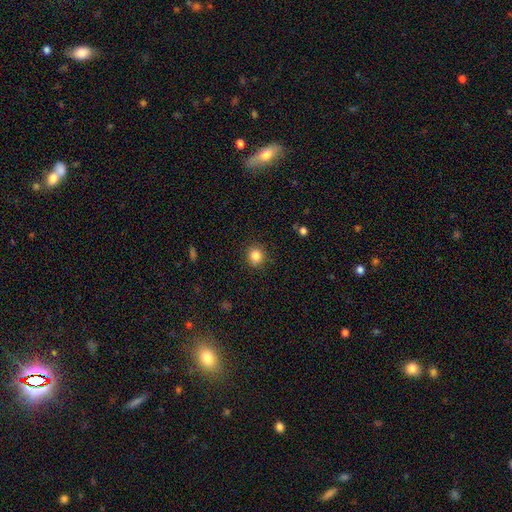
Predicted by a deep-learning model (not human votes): Overall: smooth (85%). How rounded: round (86%). Merging: none (88%).